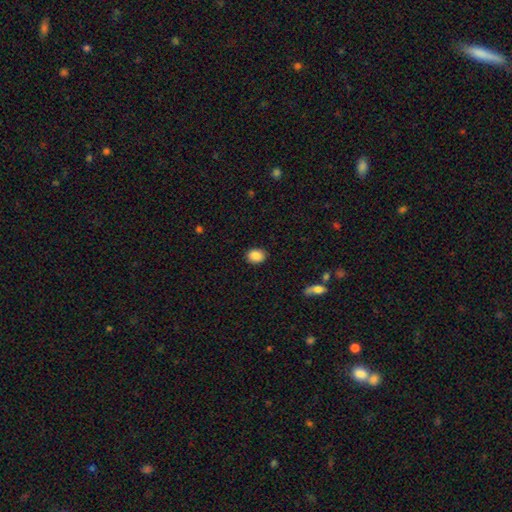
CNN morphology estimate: This appears to be a smooth galaxy with no disk features (88%) that is in between round and cigar-shaped (58%). Merging: none (88%).